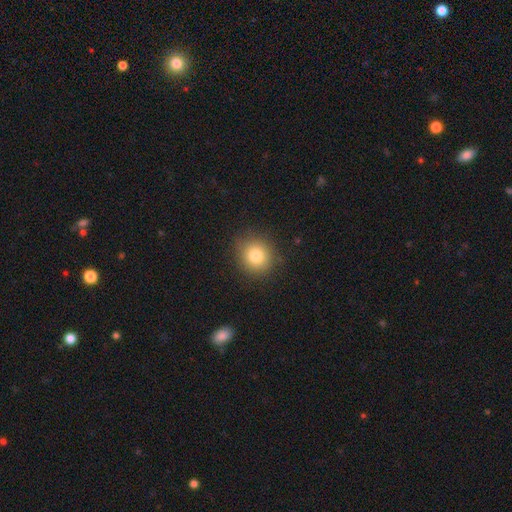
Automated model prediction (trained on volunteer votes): This appears to be a smooth galaxy with no disk features (80%) that is round (88%). Merging: none (86%).